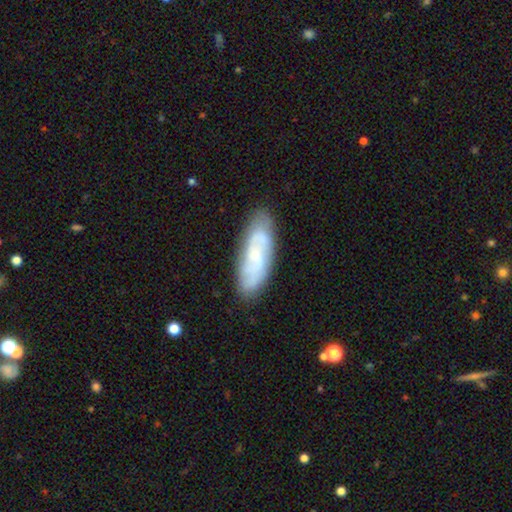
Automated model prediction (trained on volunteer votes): Overall: featured or disk (63%; smooth 30%). Edge-on disk: no (89%). Bar: no (55%; weak 37%). Spiral arms: yes (89%). Bulge size: small (59%; moderate 24%). Merging: none (81%).